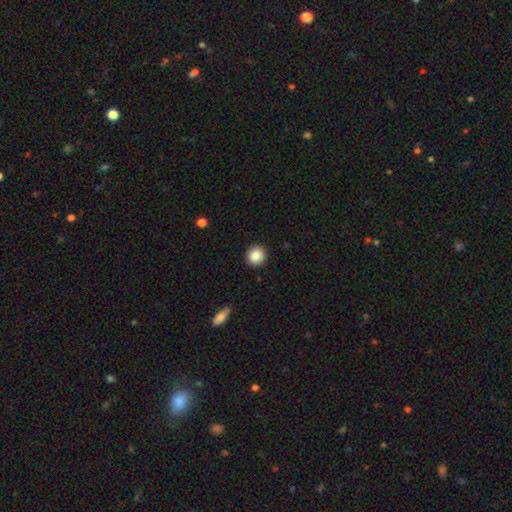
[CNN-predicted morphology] Smooth or featured? smooth (88%)
How rounded? round (89%)
Merging? none (91%)